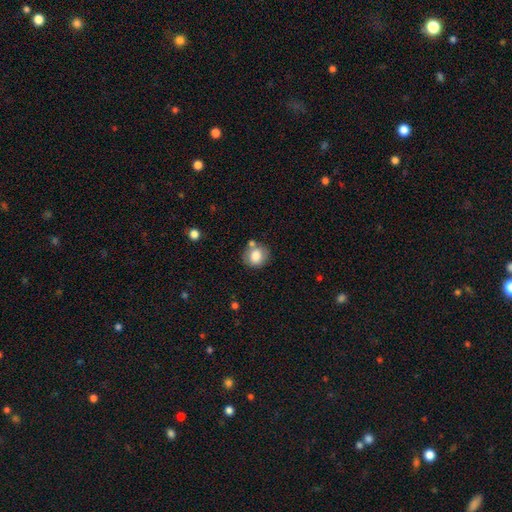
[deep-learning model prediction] Smooth or featured: smooth — 79% (featured or disk — 12%)
How rounded: round — 75% (in between — 24%)
Merging: none — 67% (minor disturbance — 16%)